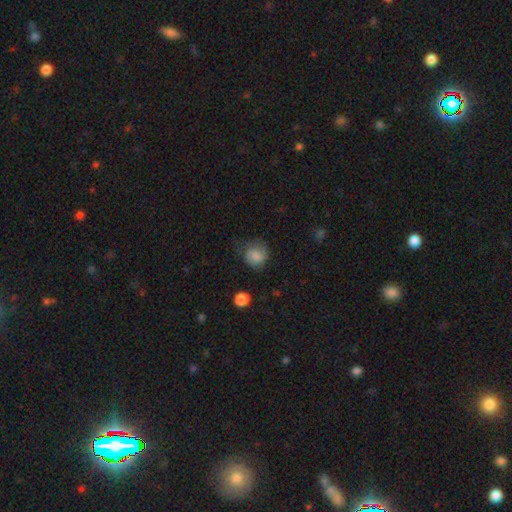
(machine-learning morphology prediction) Smooth or featured? Predicted: smooth (p=0.76). How rounded? Predicted: round (p=0.80). Merging? Predicted: none (p=0.57).